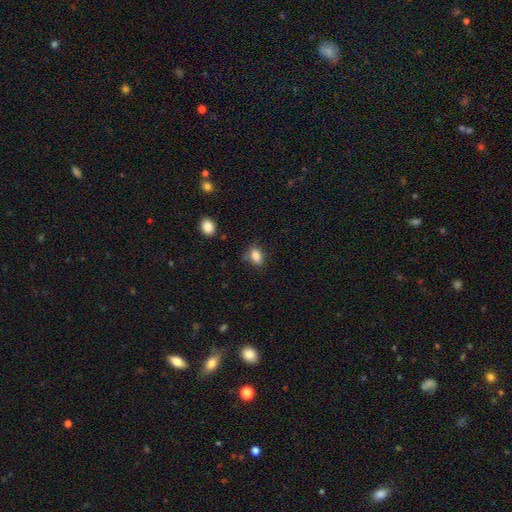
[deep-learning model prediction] Smooth or featured?
  - smooth: 84% *
  - star or artifact: 10%
  - featured or disk: 7%
How rounded?
  - in between: 77% *
  - round: 21%
  - cigar-shaped: 2%
Merging?
  - none: 73% *
  - minor disturbance: 20%
  - major disturbance: 4%
  - merger: 3%